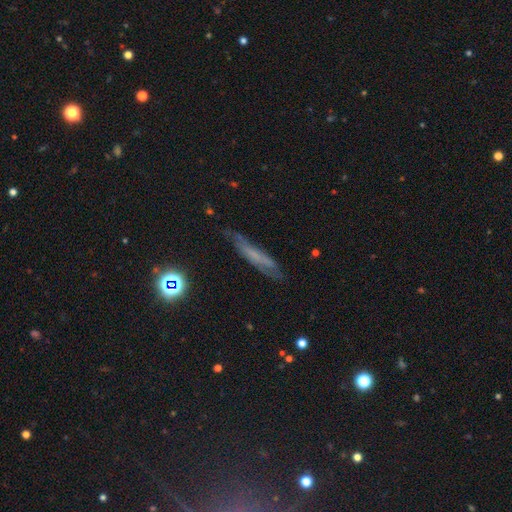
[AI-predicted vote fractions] Smooth or featured? Predicted: featured or disk (p=0.47). Merging? Predicted: none (p=0.67).